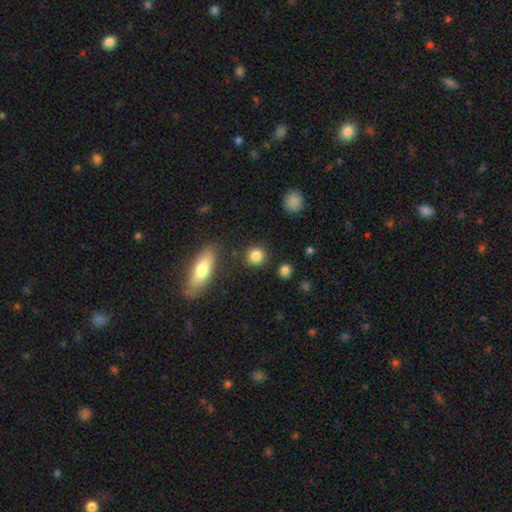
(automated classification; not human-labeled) smooth-or-featured: smooth: 86% | star or artifact: 8% | featured or disk: 6%
  how-rounded: round: 87% | in between: 11% | cigar-shaped: 2%
  merging: none: 87% | minor disturbance: 7% | merger: 3% | major disturbance: 3%